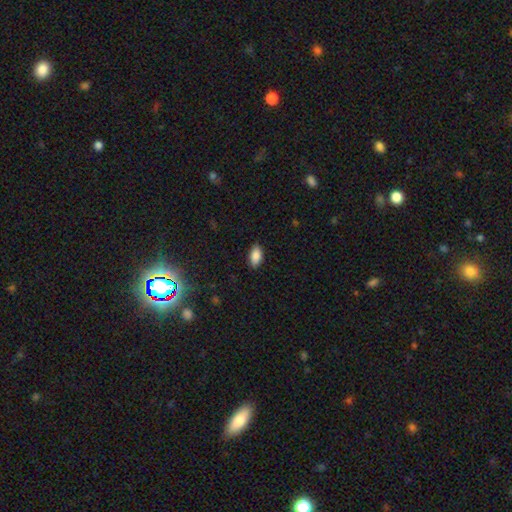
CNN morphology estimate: type=smooth (87%); roundness=in between (92%); merging=none (86%).